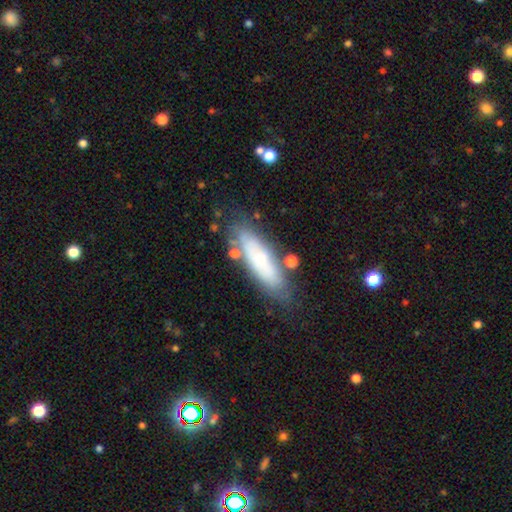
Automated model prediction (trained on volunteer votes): Overall: smooth (49%; featured or disk 42%). Merging: none (75%).